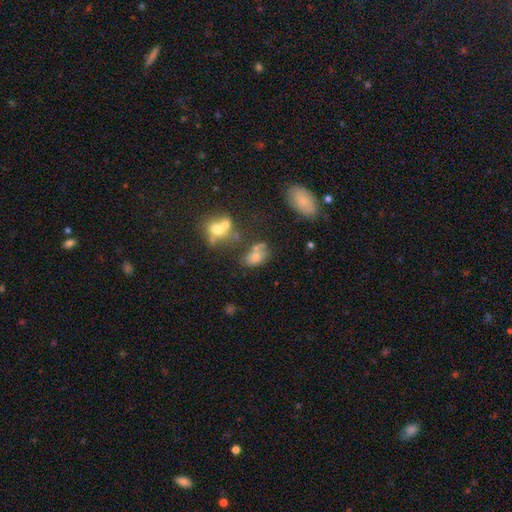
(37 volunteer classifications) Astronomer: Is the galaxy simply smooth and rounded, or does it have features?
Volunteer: smooth — 68%.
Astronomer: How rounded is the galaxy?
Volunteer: in between — 64%.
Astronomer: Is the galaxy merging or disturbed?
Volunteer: none — 33%, tied with merger at 33%.